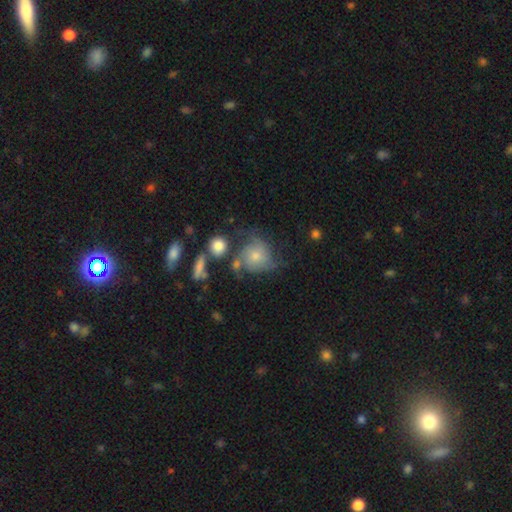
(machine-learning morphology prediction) Q: Smooth or featured?
A: featured or disk (55%); runner-up: smooth (36%)
Q: Edge-on disk?
A: no (97%); runner-up: yes (3%)
Q: Bar?
A: no (80%); runner-up: weak (17%)
Q: Spiral arms?
A: yes (83%); runner-up: no (17%)
Q: Bulge size?
A: small (46%); runner-up: moderate (41%)
Q: Merging?
A: none (41%); runner-up: minor disturbance (25%)